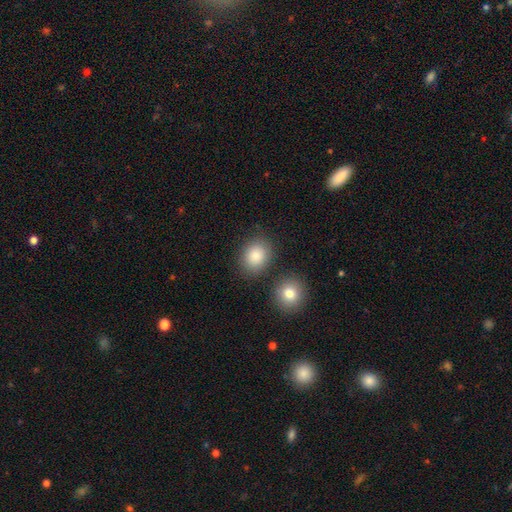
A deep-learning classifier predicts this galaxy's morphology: Q: Smooth or featured?
A: smooth (85%); runner-up: star or artifact (8%)
Q: How rounded?
A: round (51%); runner-up: in between (48%)
Q: Merging?
A: none (76%); runner-up: minor disturbance (11%)